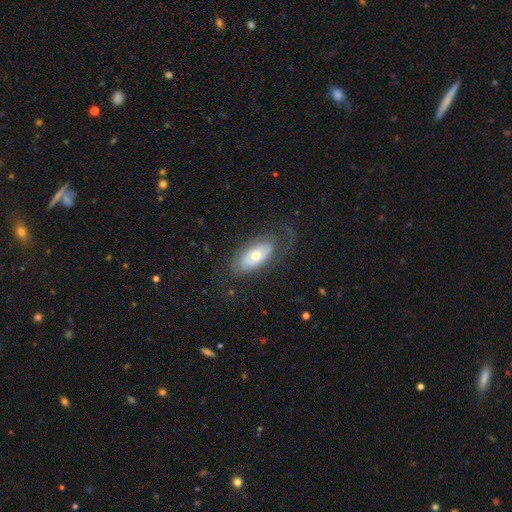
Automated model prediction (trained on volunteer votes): Smooth or featured: featured or disk — 54% (smooth — 40%)
Edge-on disk: no — 84% (yes — 16%)
Merging: none — 61% (major disturbance — 19%)